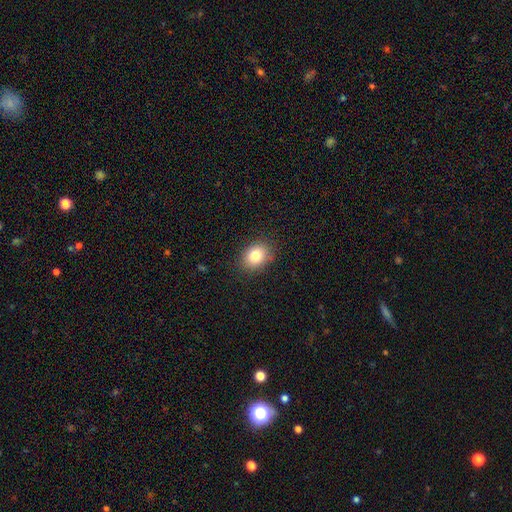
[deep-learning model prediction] A smooth galaxy with no disk features (81%) that is in between round and cigar-shaped (53%).

Vote fractions:
- Smooth or featured? smooth: 81% / star or artifact: 10% / featured or disk: 9%
- How rounded? in between: 53% / round: 47% / cigar-shaped: 1%
- Merging? none: 87% / minor disturbance: 9% / major disturbance: 3% / merger: 1%